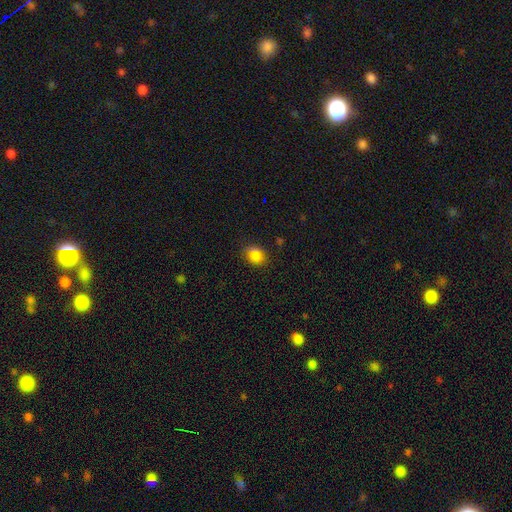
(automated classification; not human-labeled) Q: Smooth or featured?
A: smooth (77%); runner-up: star or artifact (15%)
Q: How rounded?
A: round (56%); runner-up: in between (43%)
Q: Merging?
A: none (69%); runner-up: minor disturbance (18%)